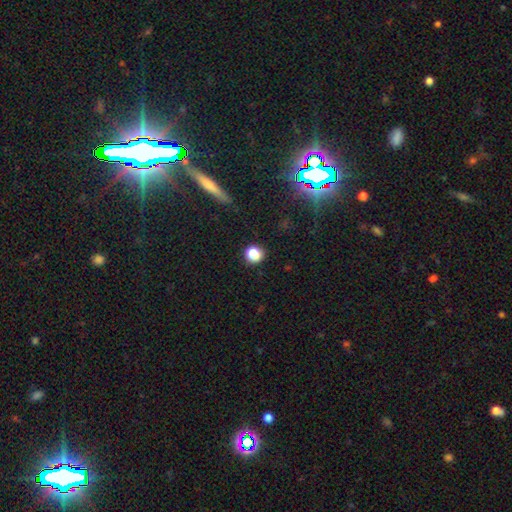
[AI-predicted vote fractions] Morphology: type=smooth (80%); roundness=round (83%); merging=none (83%).